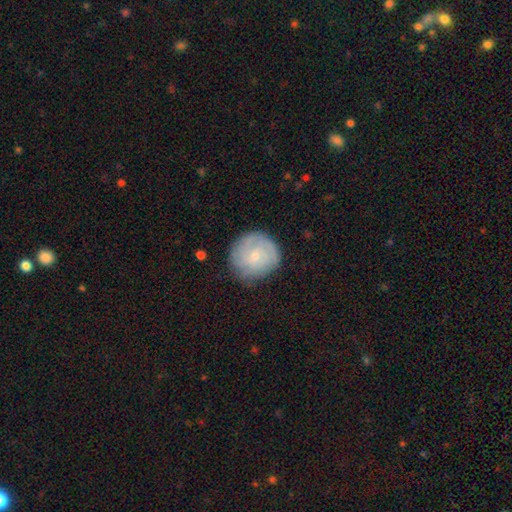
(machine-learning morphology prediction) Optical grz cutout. It shows a featured or disk galaxy (47%). Merging: none (78%).